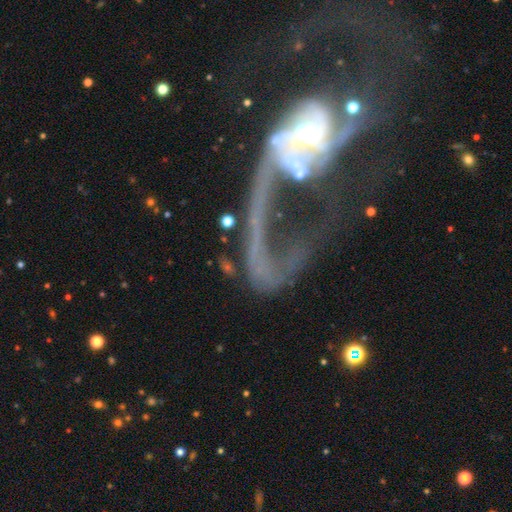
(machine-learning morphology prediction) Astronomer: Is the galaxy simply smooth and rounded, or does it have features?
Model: featured or disk — 63%.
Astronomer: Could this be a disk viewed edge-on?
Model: no — 87%.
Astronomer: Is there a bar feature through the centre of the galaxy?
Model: no — 61%.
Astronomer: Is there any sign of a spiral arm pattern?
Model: no — 53% (runner-up: yes, 47%).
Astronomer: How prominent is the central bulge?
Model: small — 33% (runner-up: moderate, 30%).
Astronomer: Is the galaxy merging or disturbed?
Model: major disturbance — 46% (runner-up: none, 22%).